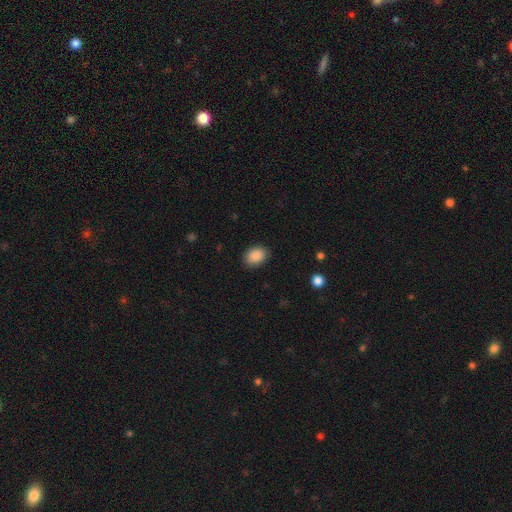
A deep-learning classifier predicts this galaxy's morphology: smooth_or_featured: smooth (p=0.88) [alt: star or artifact p=0.08]
how_rounded: in between (p=0.75) [alt: round p=0.24]
merging: none (p=0.86) [alt: minor disturbance p=0.11]